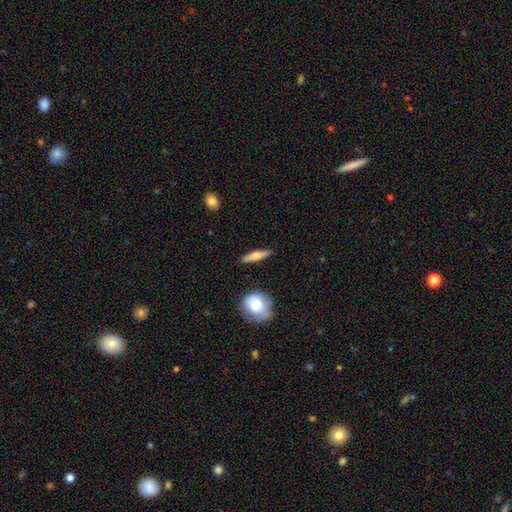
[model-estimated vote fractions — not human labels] A smooth galaxy with no disk features (56%) that is cigar-shaped (75%).

Vote fractions:
- Smooth or featured? smooth: 56% / featured or disk: 38% / star or artifact: 6%
- How rounded? cigar-shaped: 75% / in between: 21% / round: 4%
- Merging? none: 86% / minor disturbance: 9% / merger: 2% / major disturbance: 2%